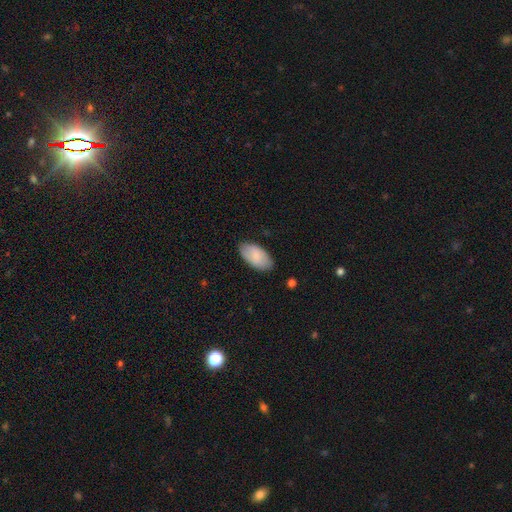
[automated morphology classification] Overall: smooth (77%). How rounded: in between (95%). Merging: none (82%).